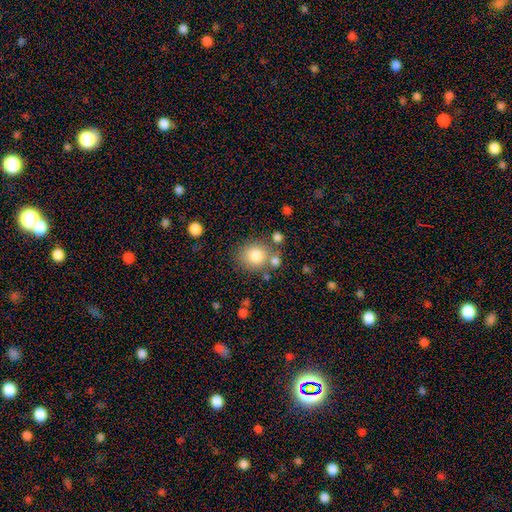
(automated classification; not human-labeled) The model was most divided on "merging": none: 70%, merger: 13%, minor disturbance: 12%, major disturbance: 4%. More confident: how rounded — round (81%); smooth or featured — smooth (80%).